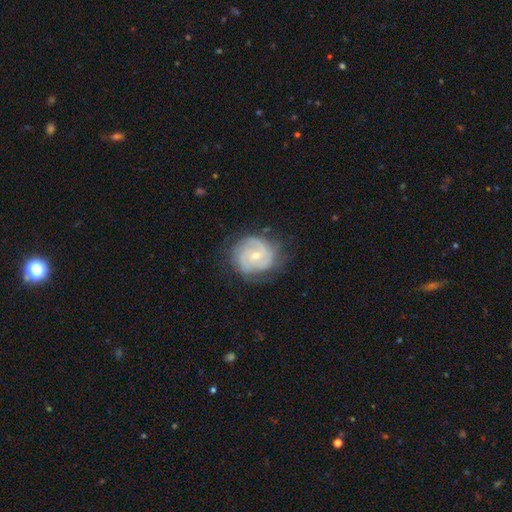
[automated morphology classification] Smooth or featured? featured or disk (81%)
Edge-on disk? no (98%)
Bar? no (52%)
Spiral arms? yes (94%)
Spiral winding? tight (59%)
Spiral arm count? 2 (43%)
Bulge size? small (62%)
Merging? none (73%)